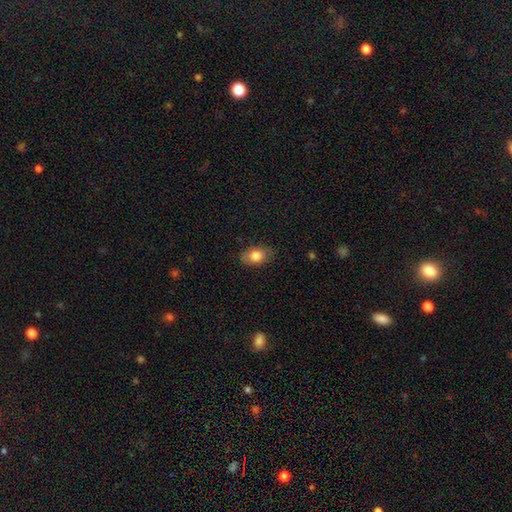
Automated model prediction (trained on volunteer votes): Q: Smooth or featured?
A: smooth (82%); runner-up: featured or disk (11%)
Q: How rounded?
A: in between (83%); runner-up: round (16%)
Q: Merging?
A: none (81%); runner-up: minor disturbance (14%)